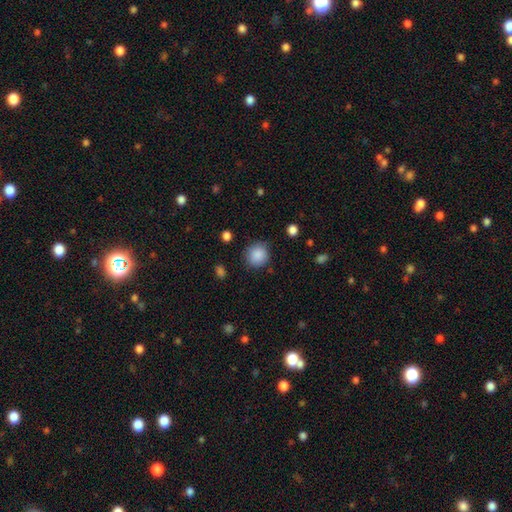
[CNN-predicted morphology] This appears to be a smooth galaxy with no disk features (88%) that is round (88%). Merging: none (83%).